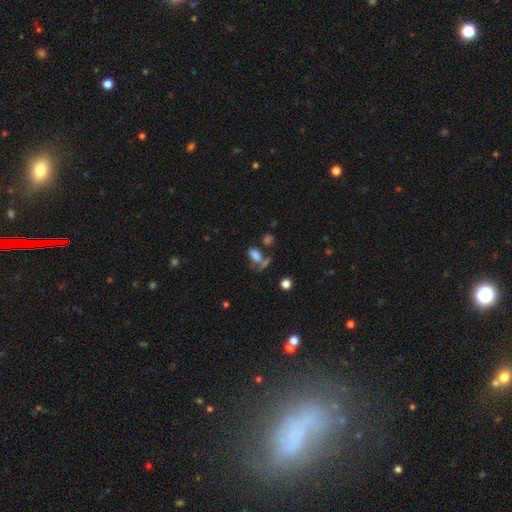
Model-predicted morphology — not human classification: smooth-or-featured: smooth: 75% | star or artifact: 15% | featured or disk: 10%
  how-rounded: in between: 87% | round: 9% | cigar-shaped: 4%
  merging: none: 39% | merger: 28% | minor disturbance: 17% | major disturbance: 16%